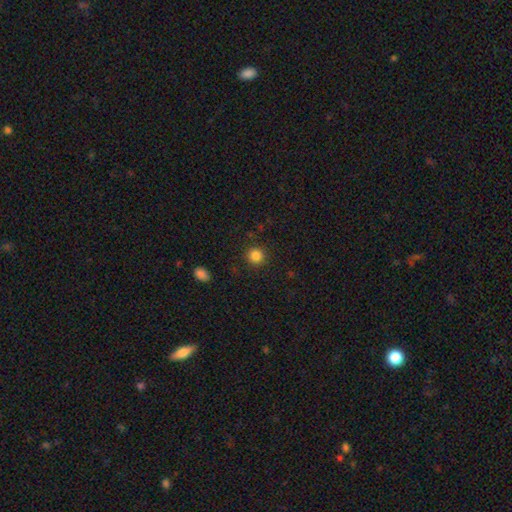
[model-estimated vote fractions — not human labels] smooth-or-featured: smooth: 84% | star or artifact: 12% | featured or disk: 4%
  how-rounded: round: 94% | in between: 5% | cigar-shaped: 1%
  merging: none: 91% | minor disturbance: 6% | major disturbance: 2% | merger: 1%